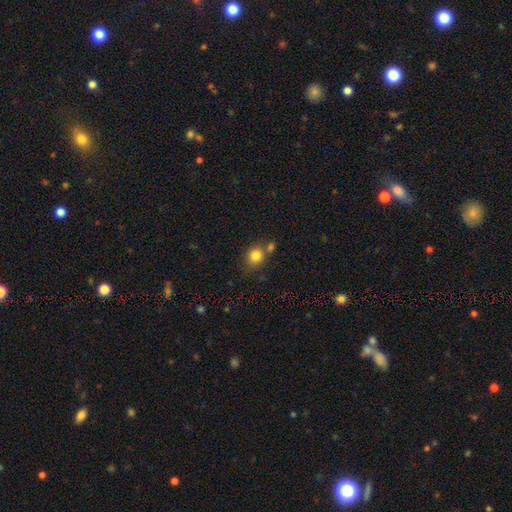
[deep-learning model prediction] Smooth or featured? smooth (83%)
How rounded? round (77%)
Merging? none (63%)